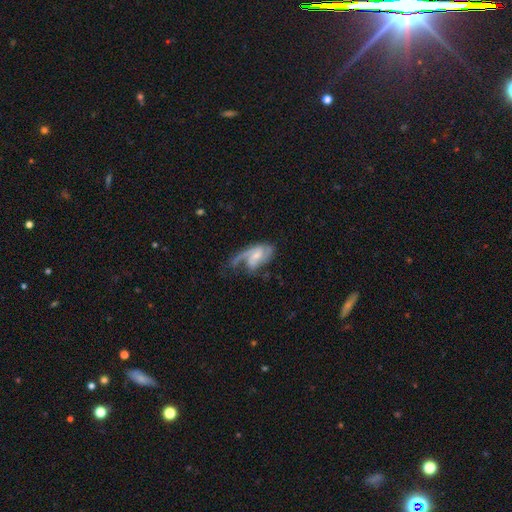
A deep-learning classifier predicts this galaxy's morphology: This appears to be a featured or disk galaxy (81%) with a weak bar (49%), 2 (54%) medium (46%) spiral arms (94%) and a small central bulge (52%). Merging: none (40%).